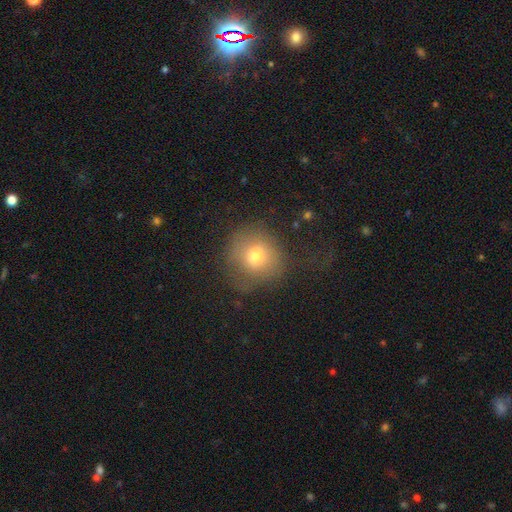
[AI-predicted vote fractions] smooth 71%, featured or disk 17%, star or artifact 12%. Down the decision tree: how rounded — round (84%); merging — none (55%).